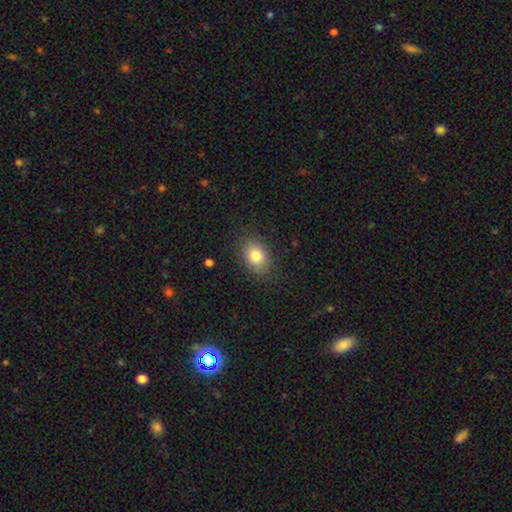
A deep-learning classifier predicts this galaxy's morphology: This appears to be a smooth galaxy with no disk features (80%) that is in between round and cigar-shaped (67%). Merging: none (85%).